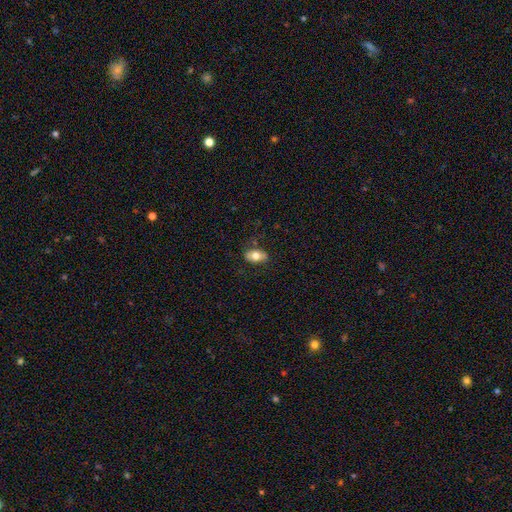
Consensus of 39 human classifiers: Morphology: type=smooth (74%); roundness=in between (100%); merging=none (87%).